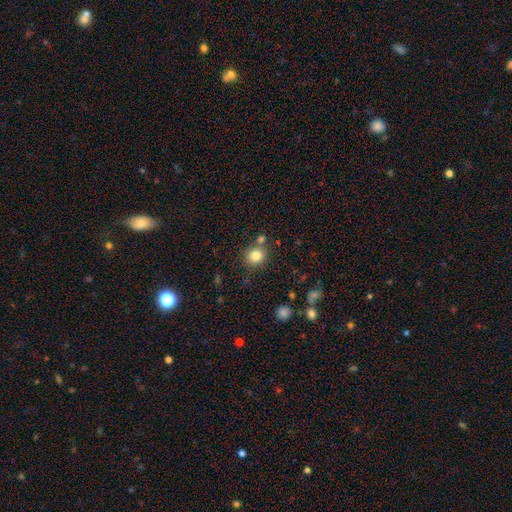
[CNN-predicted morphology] Smooth or featured? smooth (82%)
How rounded? round (83%)
Merging? none (75%)